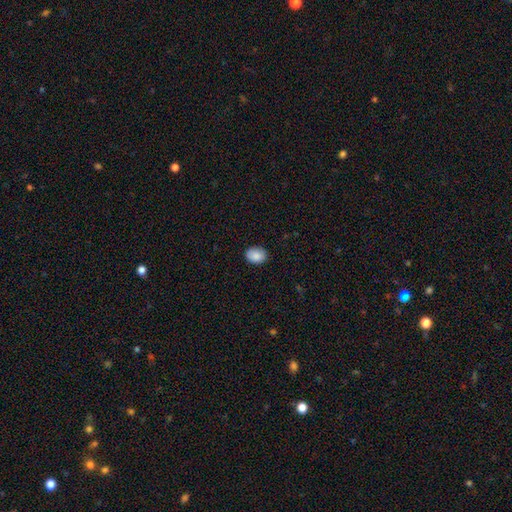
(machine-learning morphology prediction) type=smooth (88%); roundness=in between (59%); merging=none (86%).